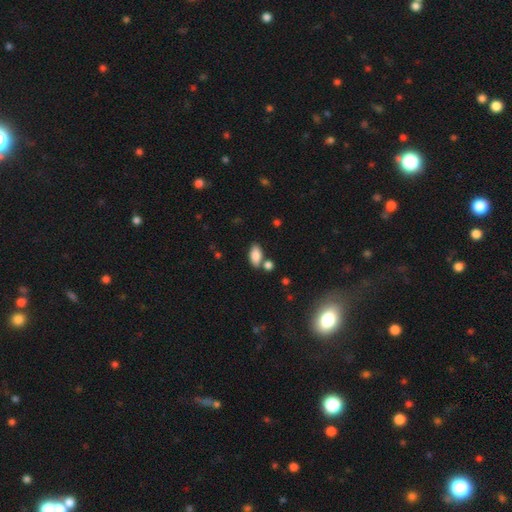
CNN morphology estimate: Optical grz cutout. It shows a smooth galaxy with no disk features (84%) that is in between round and cigar-shaped (90%). Merging: none (69%).